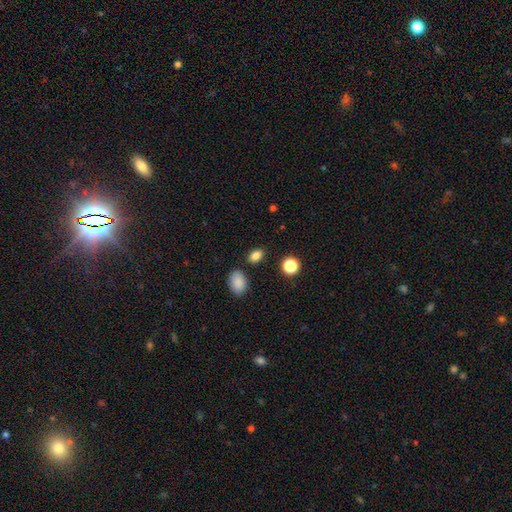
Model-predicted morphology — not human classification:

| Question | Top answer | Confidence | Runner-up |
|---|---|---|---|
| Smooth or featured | smooth | 84% | star or artifact (11%) |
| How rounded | in between | 79% | round (19%) |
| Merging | none | 83% | minor disturbance (10%) |